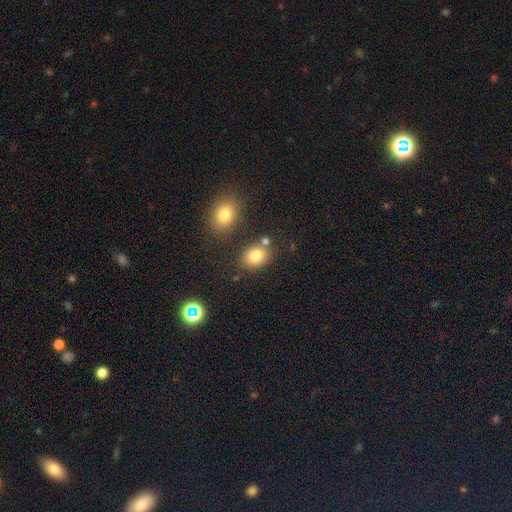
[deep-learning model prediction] Morphology: type=smooth (80%); roundness=in between (55%); merging=none (73%).